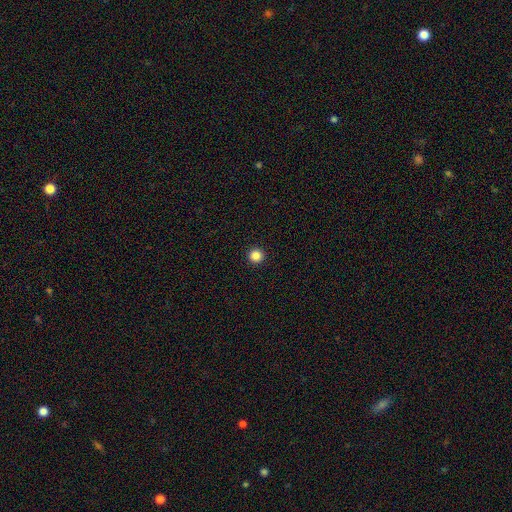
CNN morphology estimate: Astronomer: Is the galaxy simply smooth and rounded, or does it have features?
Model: smooth — 86%.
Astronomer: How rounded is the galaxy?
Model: round — 96%.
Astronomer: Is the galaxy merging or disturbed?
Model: none — 94%.